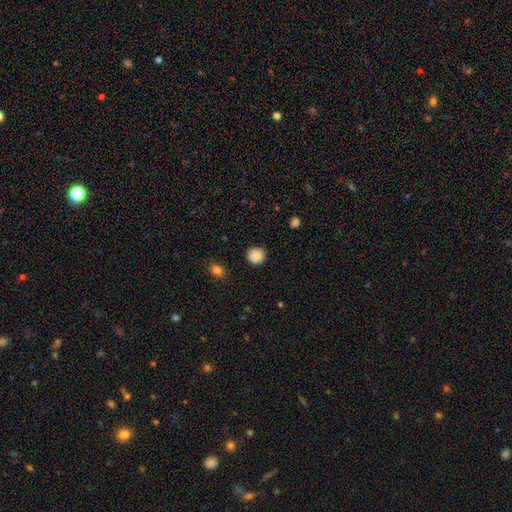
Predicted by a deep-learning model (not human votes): smooth-or-featured: smooth: 87% | star or artifact: 9% | featured or disk: 4%
  how-rounded: round: 91% | in between: 8% | cigar-shaped: 1%
  merging: none: 86% | minor disturbance: 10% | major disturbance: 2% | merger: 1%